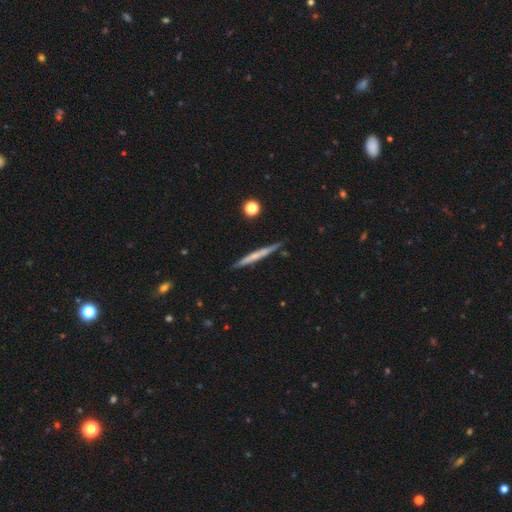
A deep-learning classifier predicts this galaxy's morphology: The model was most divided on "smooth or featured": featured or disk: 50%, smooth: 44%, star or artifact: 6%. More confident: edge-on disk — yes (97%); merging — none (89%).